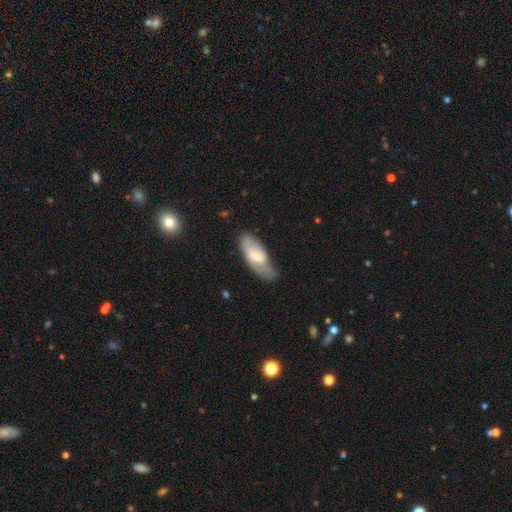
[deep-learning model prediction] Smooth or featured? smooth (51%)
How rounded? in between (84%)
Merging? none (54%)